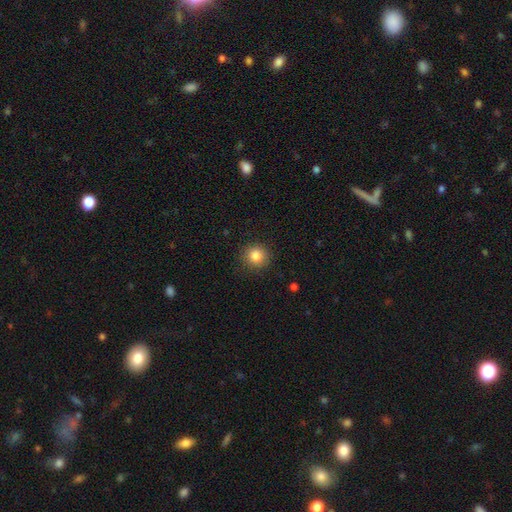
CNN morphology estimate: This is clearly a smooth galaxy (83%). How rounded: clearly round (92%). Merging: clearly none (89%).